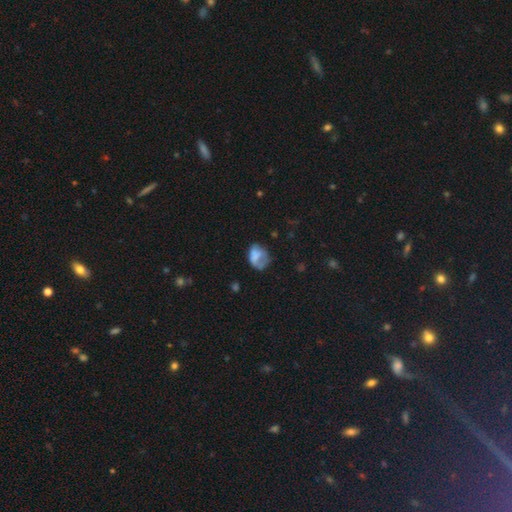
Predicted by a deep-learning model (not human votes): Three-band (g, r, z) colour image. It shows a smooth galaxy with no disk features (64%) that is in between round and cigar-shaped (66%). Merging: none (36%).